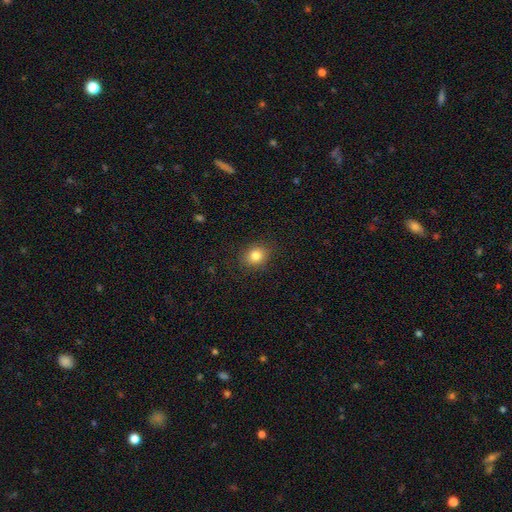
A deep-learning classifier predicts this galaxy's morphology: The model was most divided on "how rounded": round: 64%, in between: 35%, cigar-shaped: 1%. More confident: merging — none (86%); smooth or featured — smooth (82%).